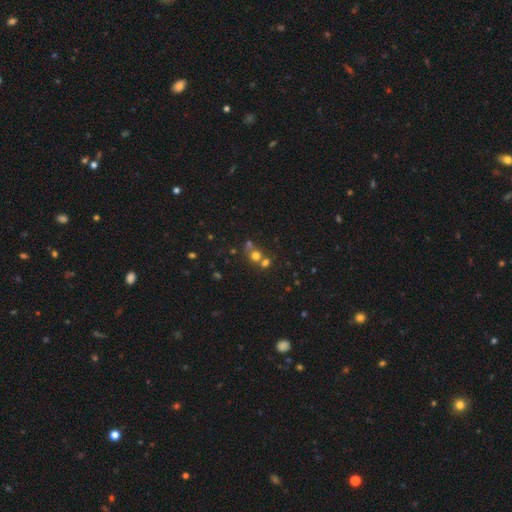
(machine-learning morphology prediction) A smooth galaxy with no disk features (64%) that is round (82%).

Vote fractions:
- Smooth or featured? smooth: 64% / star or artifact: 22% / featured or disk: 14%
- How rounded? round: 82% / in between: 17% / cigar-shaped: 1%
- Merging? merger: 45% / none: 44% / minor disturbance: 7% / major disturbance: 4%